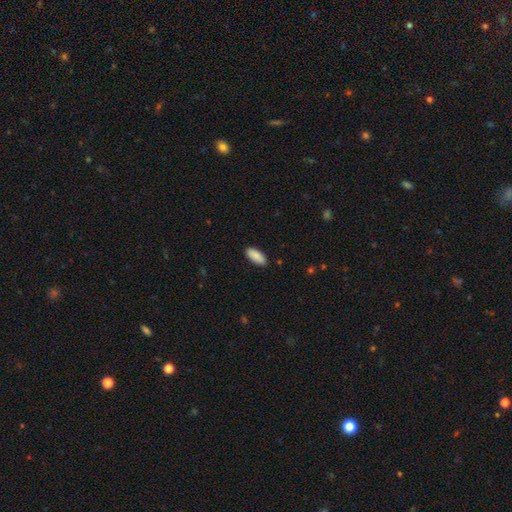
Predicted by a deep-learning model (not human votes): This is clearly a smooth galaxy (88%). How rounded: clearly in between (85%). Merging: clearly none (88%).